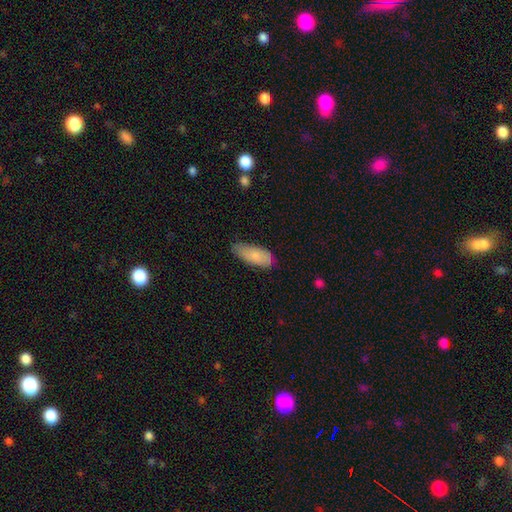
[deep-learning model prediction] smooth 82%, featured or disk 12%, star or artifact 6%. Down the decision tree: how rounded — in between (79%); merging — none (73%).